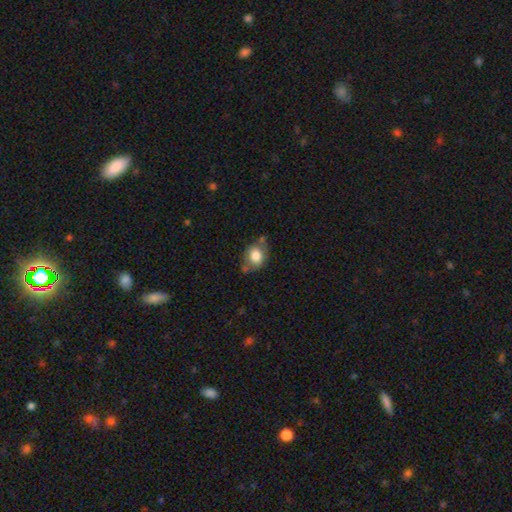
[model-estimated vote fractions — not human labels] A smooth galaxy with no disk features (77%) that is in between round and cigar-shaped (56%). Merging: none (53%).